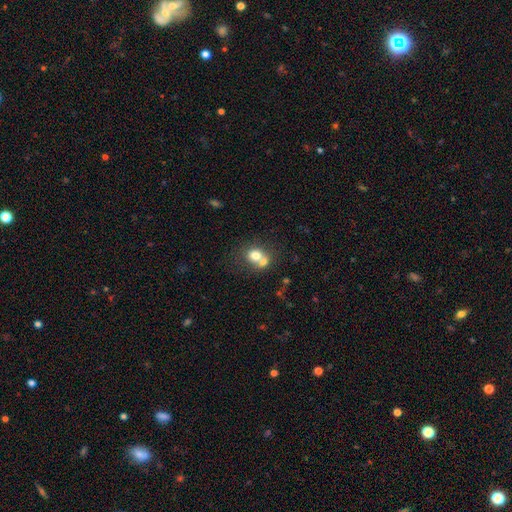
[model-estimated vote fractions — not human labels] Smooth or featured: smooth — 71% (featured or disk — 18%)
How rounded: round — 69% (in between — 30%)
Merging: merger — 55% (none — 34%)